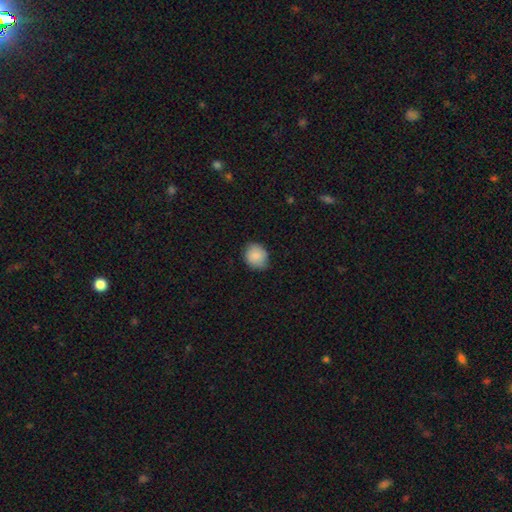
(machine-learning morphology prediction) Smooth or featured?
  - smooth: 86% *
  - star or artifact: 7%
  - featured or disk: 6%
How rounded?
  - round: 68% *
  - in between: 31%
  - cigar-shaped: 1%
Merging?
  - none: 78% *
  - minor disturbance: 18%
  - major disturbance: 3%
  - merger: 1%